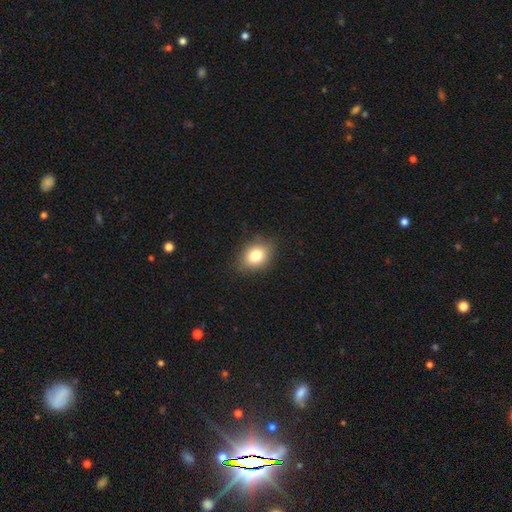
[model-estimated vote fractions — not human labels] A smooth galaxy with no disk features (79%) that is in between round and cigar-shaped (61%). Merging: none (81%).